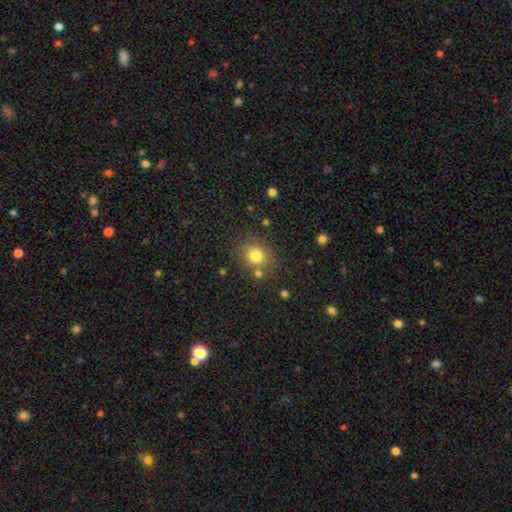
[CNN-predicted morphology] Smooth or featured: smooth — 78% (star or artifact — 14%)
How rounded: round — 81% (in between — 18%)
Merging: none — 77% (minor disturbance — 10%)